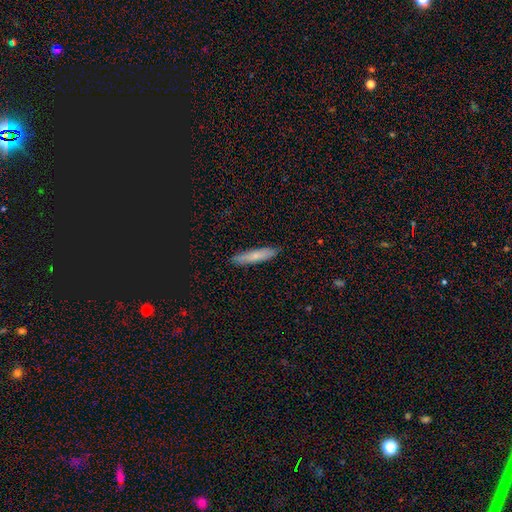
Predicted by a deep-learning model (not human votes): A smooth galaxy with no disk features (72%) that is cigar-shaped (85%).

Vote fractions:
- Smooth or featured? smooth: 72% / featured or disk: 21% / star or artifact: 7%
- How rounded? cigar-shaped: 85% / in between: 14% / round: 2%
- Merging? none: 87% / minor disturbance: 10% / major disturbance: 2% / merger: 1%